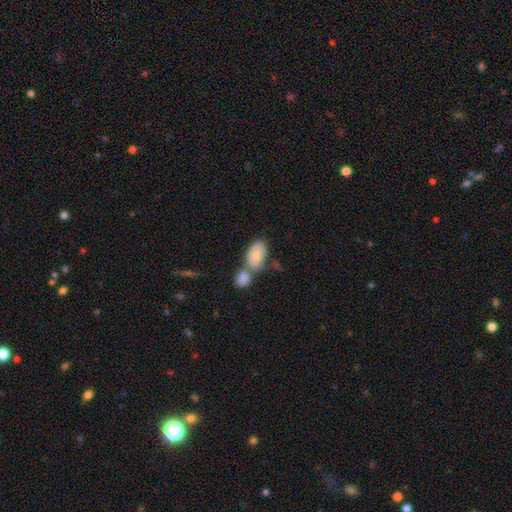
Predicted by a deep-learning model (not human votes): A smooth galaxy with no disk features (79%) that is in between round and cigar-shaped (92%). Merging: merger (52%).